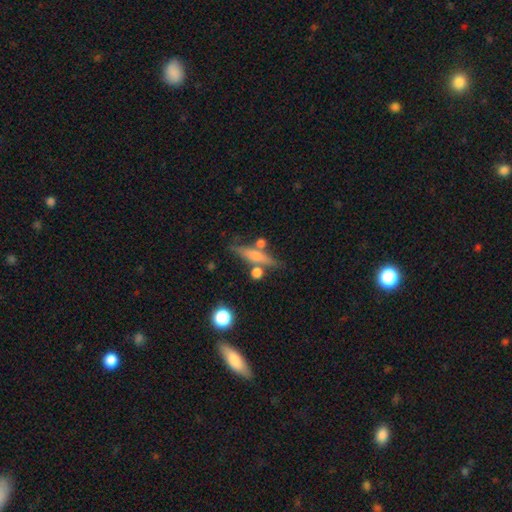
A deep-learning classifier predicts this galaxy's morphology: A smooth galaxy with no disk features (53%) that is cigar-shaped (79%).

Vote fractions:
- Smooth or featured? smooth: 53% / featured or disk: 39% / star or artifact: 8%
- How rounded? cigar-shaped: 79% / in between: 16% / round: 5%
- Merging? none: 66% / merger: 15% / minor disturbance: 14% / major disturbance: 5%